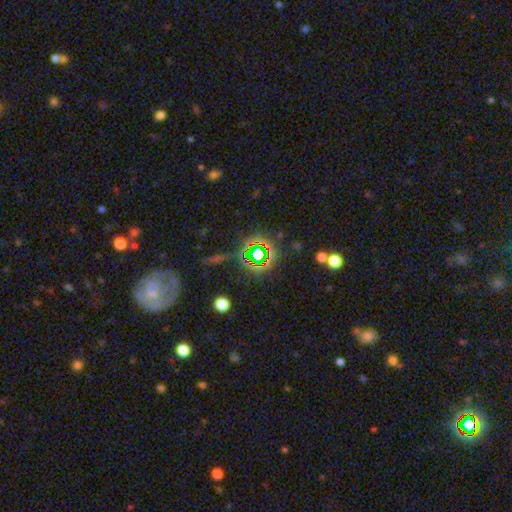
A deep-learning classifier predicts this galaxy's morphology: Smooth or featured?
  - star or artifact: 73% *
  - smooth: 17%
  - featured or disk: 11%